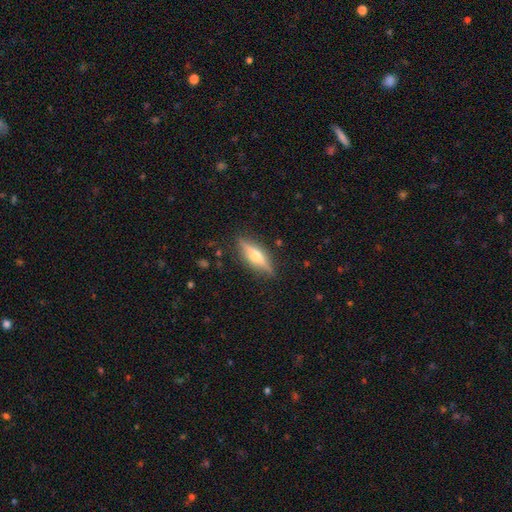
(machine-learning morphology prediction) A featured or disk galaxy (65%) viewed edge-on (94%) with a rounded central bulge (92%).

Vote fractions:
- Smooth or featured? featured or disk: 65% / smooth: 29% / star or artifact: 6%
- Edge-on disk? yes: 94% / no: 6%
- Edge-on bulge? rounded: 92% / boxy: 5% / none: 3%
- Merging? none: 86% / minor disturbance: 10% / major disturbance: 3% / merger: 1%